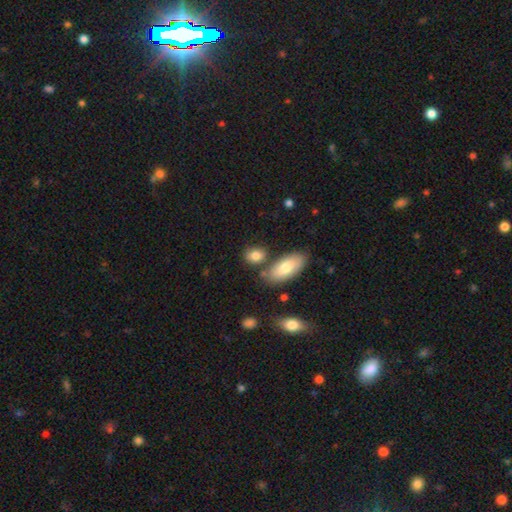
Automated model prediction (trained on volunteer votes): Smooth or featured? smooth (82%)
How rounded? in between (66%)
Merging? none (67%)